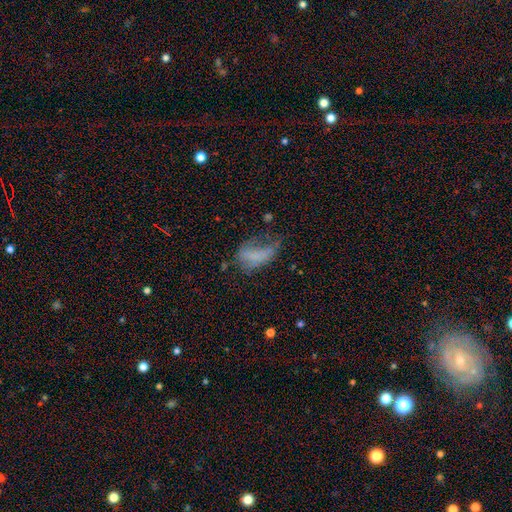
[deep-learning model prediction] A smooth galaxy with no disk features (57%) that is in between round and cigar-shaped (86%). Merging: major disturbance (47%).